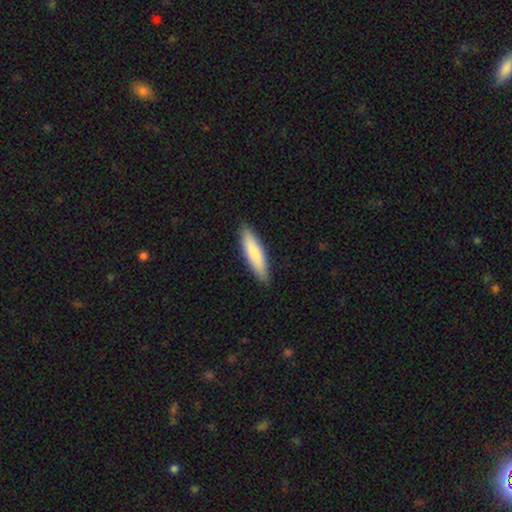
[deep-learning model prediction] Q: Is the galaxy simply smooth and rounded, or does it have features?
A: smooth — 81%.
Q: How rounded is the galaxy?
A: cigar-shaped — 69%.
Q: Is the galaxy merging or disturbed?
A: none — 87%.